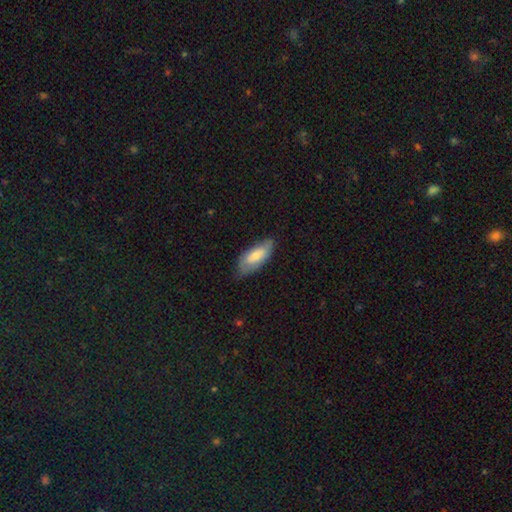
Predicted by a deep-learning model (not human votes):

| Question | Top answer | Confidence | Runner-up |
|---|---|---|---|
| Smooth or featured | smooth | 69% | featured or disk (25%) |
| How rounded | in between | 83% | cigar-shaped (15%) |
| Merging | none | 65% | minor disturbance (28%) |